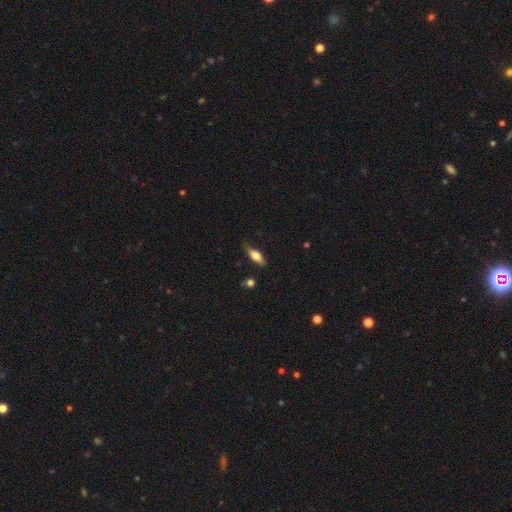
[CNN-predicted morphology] smooth_or_featured: smooth (p=0.60) [alt: featured or disk p=0.34]
how_rounded: in between (p=0.59) [alt: cigar-shaped p=0.38]
merging: none (p=0.74) [alt: minor disturbance p=0.20]